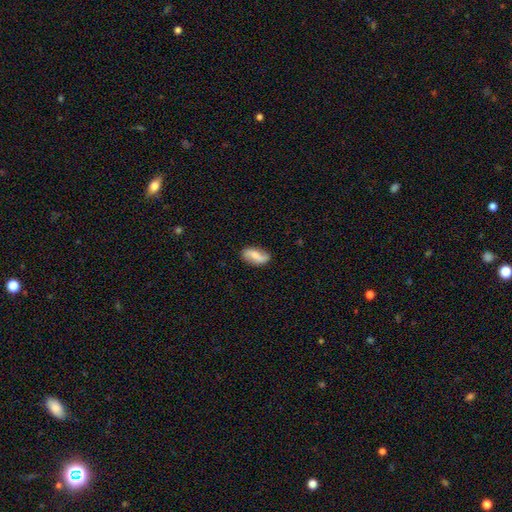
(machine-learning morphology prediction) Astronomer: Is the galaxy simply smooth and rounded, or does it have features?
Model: featured or disk — 50% (runner-up: smooth, 43%).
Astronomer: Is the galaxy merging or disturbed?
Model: none — 79%.